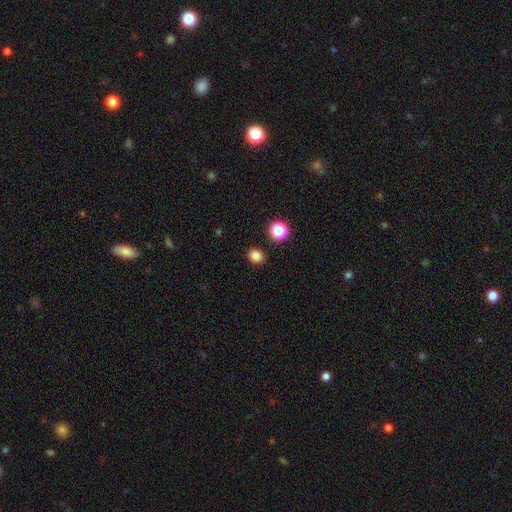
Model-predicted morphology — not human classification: Smooth or featured? Predicted: smooth (p=0.82). How rounded? Predicted: round (p=0.53). Merging? Predicted: none (p=0.88).